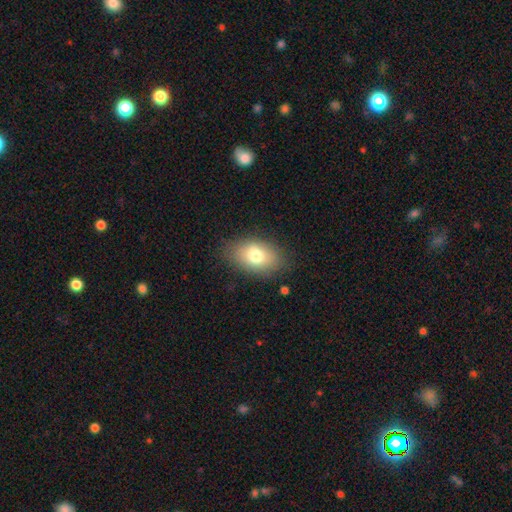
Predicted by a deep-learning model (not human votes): A smooth galaxy with no disk features (75%) that is in between round and cigar-shaped (87%).

Vote fractions:
- Smooth or featured? smooth: 75% / featured or disk: 16% / star or artifact: 9%
- How rounded? in between: 87% / round: 12% / cigar-shaped: 1%
- Merging? none: 81% / minor disturbance: 14% / major disturbance: 4% / merger: 1%